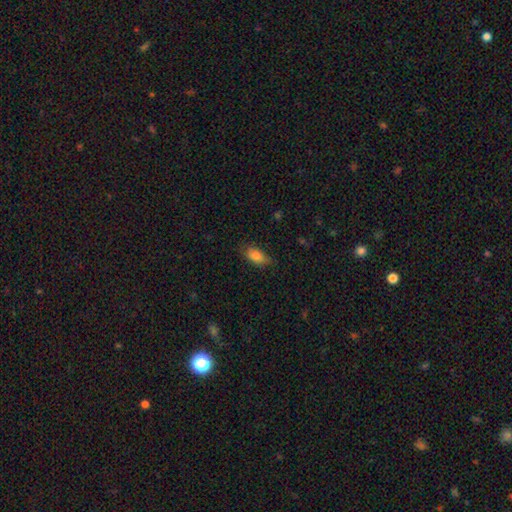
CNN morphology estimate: smooth_or_featured: smooth (p=0.84) [alt: featured or disk p=0.08]
how_rounded: in between (p=0.88) [alt: cigar-shaped p=0.07]
merging: none (p=0.73) [alt: minor disturbance p=0.21]